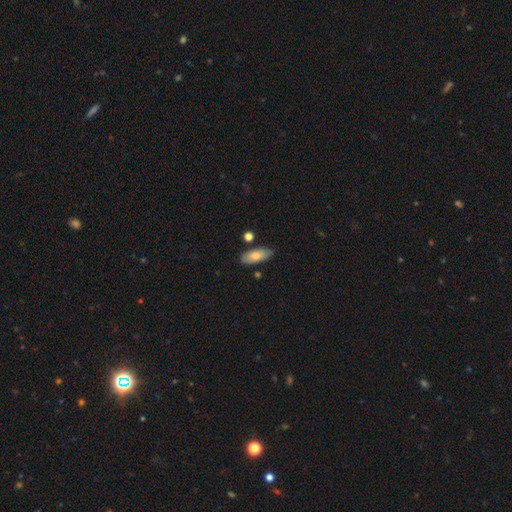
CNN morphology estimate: A smooth galaxy with no disk features (75%) that is in between round and cigar-shaped (82%).

Vote fractions:
- Smooth or featured? smooth: 75% / featured or disk: 19% / star or artifact: 6%
- How rounded? in between: 82% / cigar-shaped: 16% / round: 2%
- Merging? none: 81% / minor disturbance: 13% / merger: 4% / major disturbance: 2%